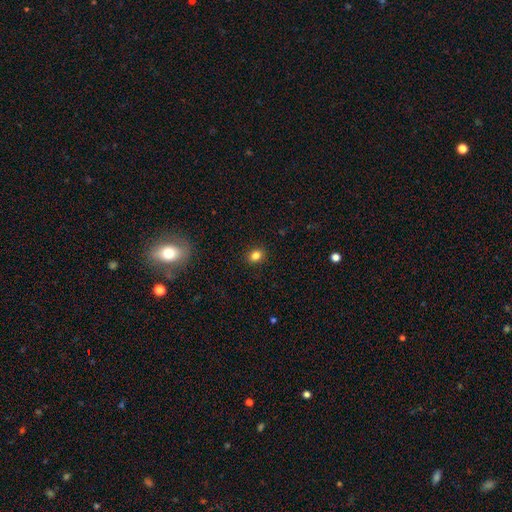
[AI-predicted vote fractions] Q: Smooth or featured?
A: smooth (83%); runner-up: star or artifact (11%)
Q: How rounded?
A: in between (52%); runner-up: round (47%)
Q: Merging?
A: none (90%); runner-up: minor disturbance (7%)